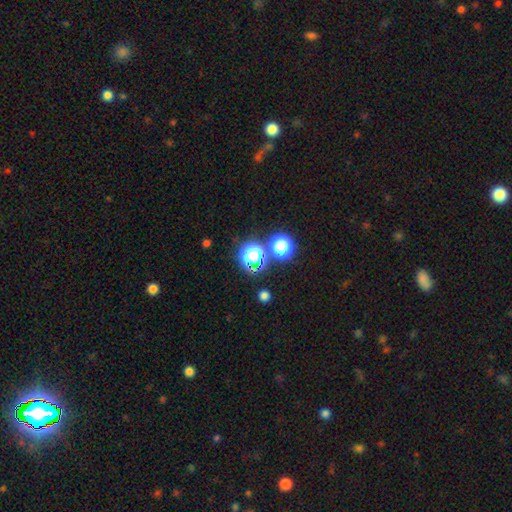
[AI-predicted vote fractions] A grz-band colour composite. It shows a star or artifact, not a galaxy (62%).